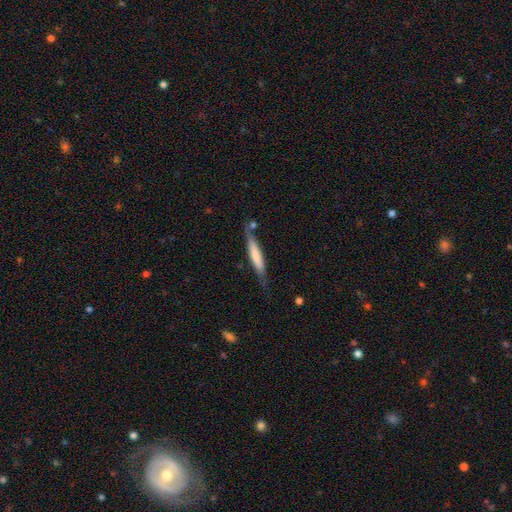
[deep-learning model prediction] smooth-or-featured: smooth: 62% | featured or disk: 32% | star or artifact: 6%
  how-rounded: cigar-shaped: 90% | in between: 9% | round: 1%
  merging: none: 68% | minor disturbance: 21% | merger: 6% | major disturbance: 5%